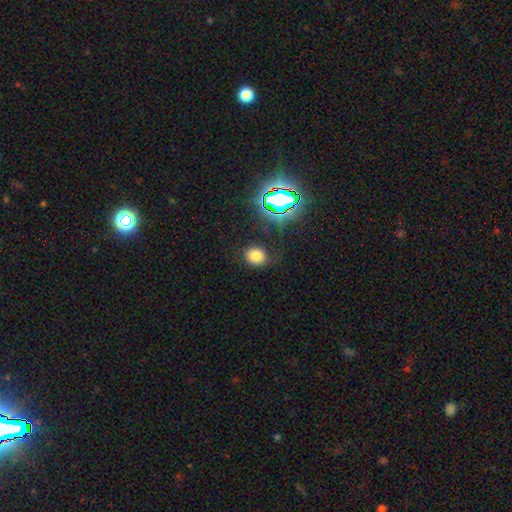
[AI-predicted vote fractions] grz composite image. It shows a smooth galaxy with no disk features (73%) that is round (64%). Merging: none (77%).